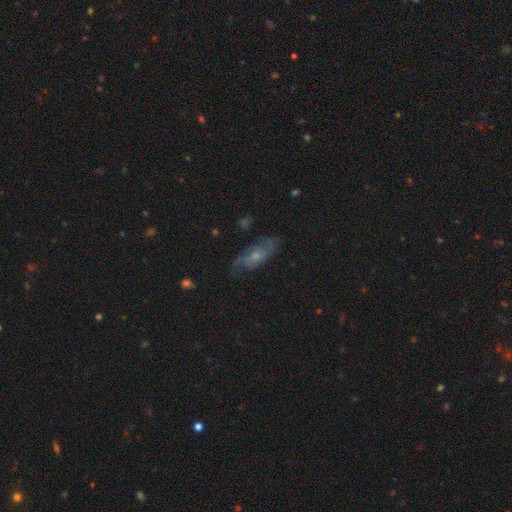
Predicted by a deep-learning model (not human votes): This is likely a featured or disk galaxy (65%). It is clearly not viewed edge-on (88%). Bar: likely no (71%). Spiral arm pattern: clearly yes (85%). Central bulge: possibly small (59%). Merging: likely none (67%).